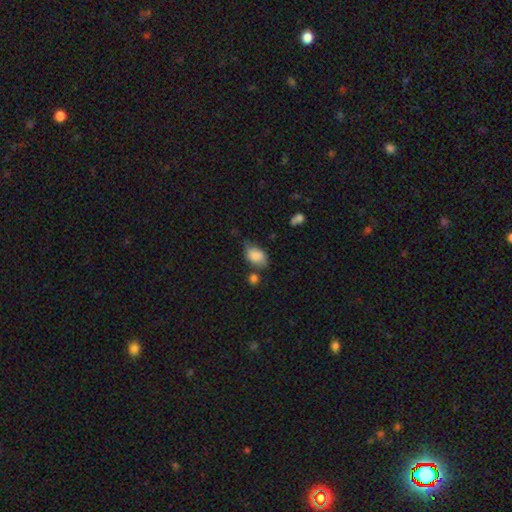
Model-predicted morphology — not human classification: A smooth galaxy with no disk features (85%) that is in between round and cigar-shaped (86%).

Vote fractions:
- Smooth or featured? smooth: 85% / featured or disk: 7% / star or artifact: 7%
- How rounded? in between: 86% / round: 13% / cigar-shaped: 1%
- Merging? none: 55% / minor disturbance: 29% / merger: 8% / major disturbance: 7%